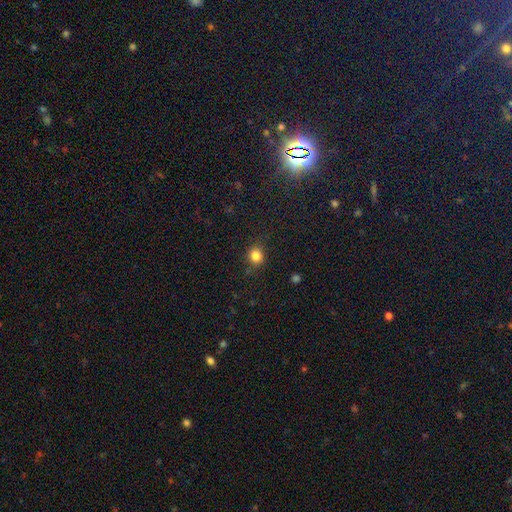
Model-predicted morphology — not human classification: The model was most divided on "how rounded": round: 79%, in between: 20%, cigar-shaped: 1%. More confident: merging — none (83%); smooth or featured — smooth (83%).